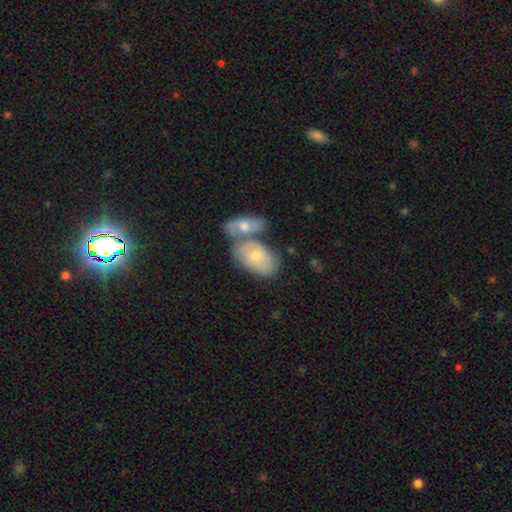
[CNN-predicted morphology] This is possibly a smooth galaxy (56%). How rounded: clearly in between (91%). Merging: possibly merger (47%).